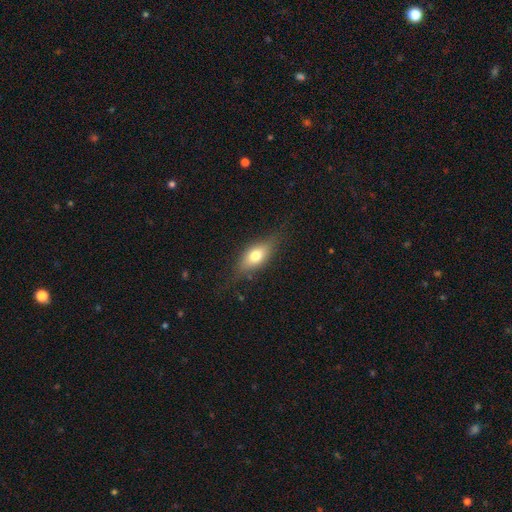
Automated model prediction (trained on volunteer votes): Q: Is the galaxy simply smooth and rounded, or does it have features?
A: smooth — 66%.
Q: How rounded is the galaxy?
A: in between — 76%.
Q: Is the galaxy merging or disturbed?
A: none — 75%.